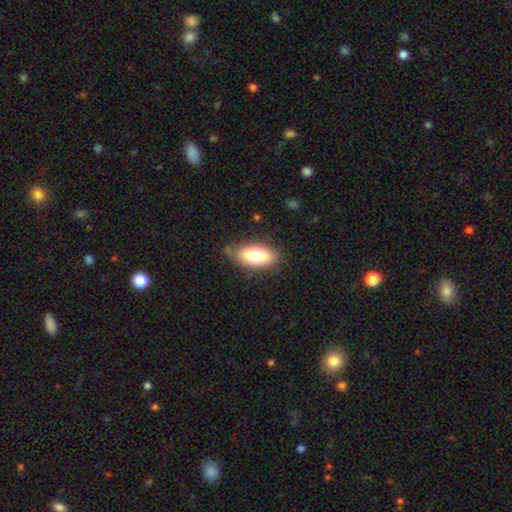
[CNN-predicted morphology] Smooth or featured? smooth (78%)
How rounded? in between (81%)
Merging? none (75%)